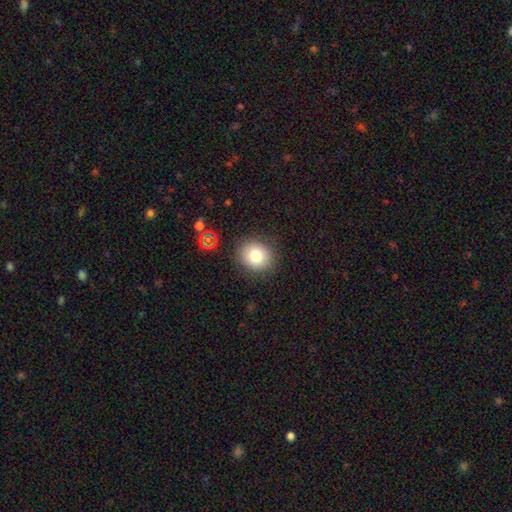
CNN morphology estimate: Smooth or featured: smooth — 77% (star or artifact — 13%)
How rounded: round — 84% (in between — 15%)
Merging: none — 87% (minor disturbance — 8%)